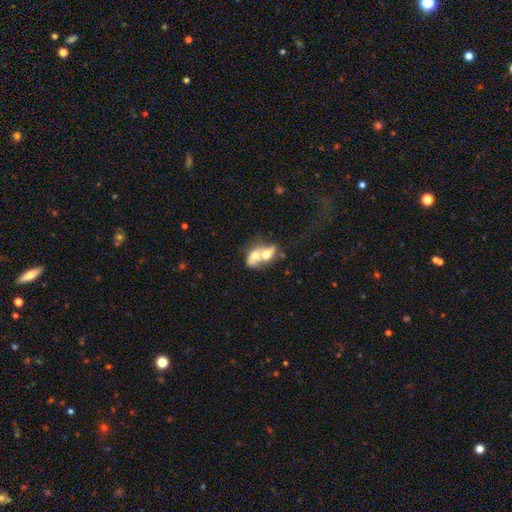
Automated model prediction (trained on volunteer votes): Q: Smooth or featured?
A: smooth (54%); runner-up: featured or disk (37%)
Q: How rounded?
A: in between (72%); runner-up: round (23%)
Q: Merging?
A: merger (76%); runner-up: none (12%)